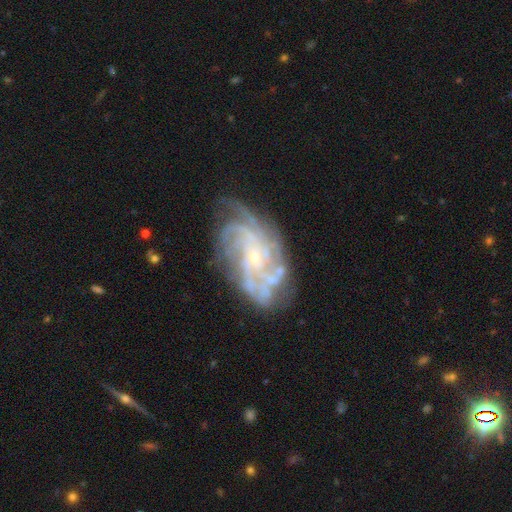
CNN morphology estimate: The model was most divided on "spiral arm count": 4: 27%, can't tell: 26%, more than 4: 19%, 3: 13%, 2: 9%, 1: 7%. More confident: edge-on disk — no (97%); spiral arms — yes (96%); smooth or featured — featured or disk (86%); bulge size — small (77%); merging — none (69%); bar — no (67%); spiral winding — tight (59%).